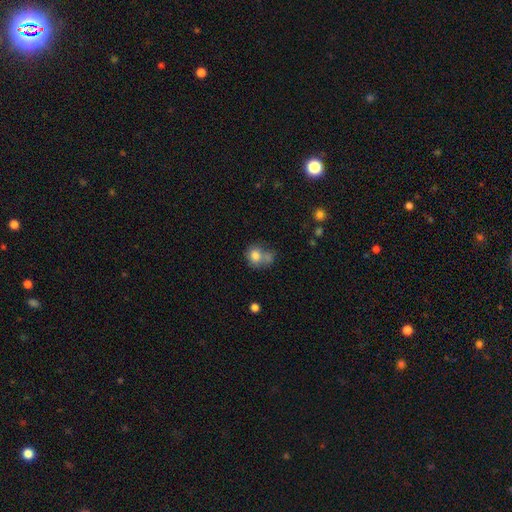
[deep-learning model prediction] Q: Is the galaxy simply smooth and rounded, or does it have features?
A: smooth — 79%.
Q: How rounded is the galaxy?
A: round — 71%.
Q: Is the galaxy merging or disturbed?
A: none — 39%, tied with merger.